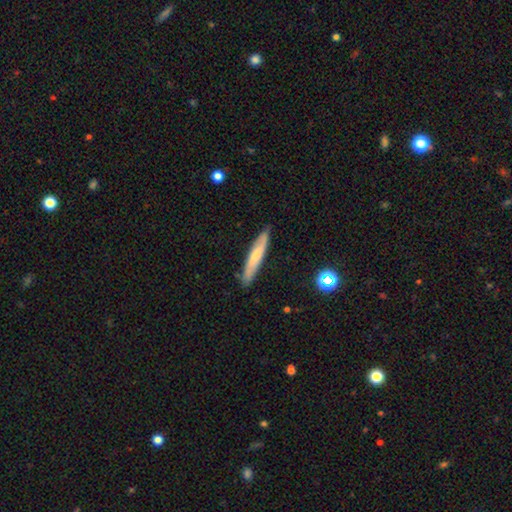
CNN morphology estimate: Q: Smooth or featured?
A: smooth (61%); runner-up: featured or disk (33%)
Q: How rounded?
A: cigar-shaped (92%); runner-up: in between (7%)
Q: Merging?
A: none (85%); runner-up: minor disturbance (11%)